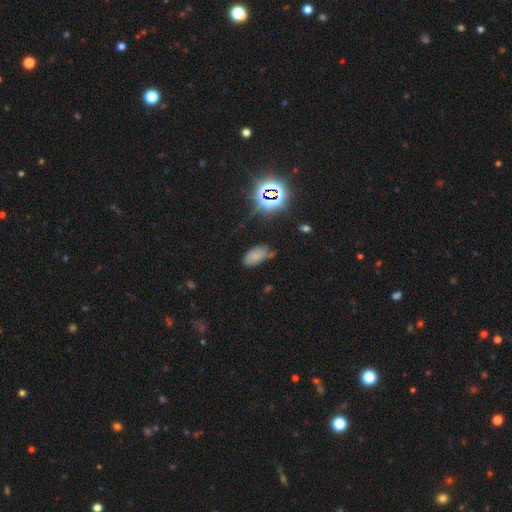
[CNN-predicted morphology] Smooth or featured? Predicted: smooth (p=0.69). How rounded? Predicted: in between (p=0.93). Merging? Predicted: none (p=0.58).